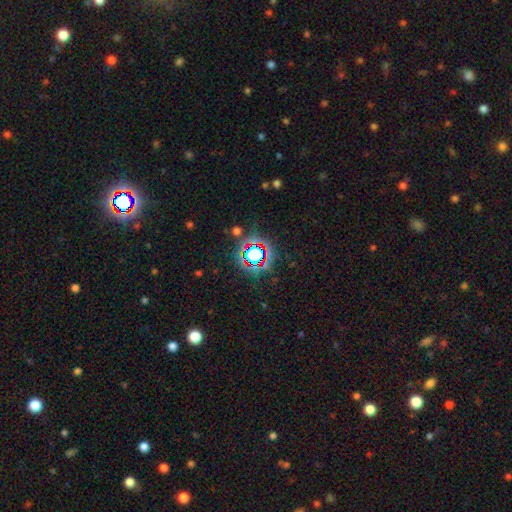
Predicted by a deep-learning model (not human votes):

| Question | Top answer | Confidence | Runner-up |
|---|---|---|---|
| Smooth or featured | star or artifact | 65% | smooth (23%) |